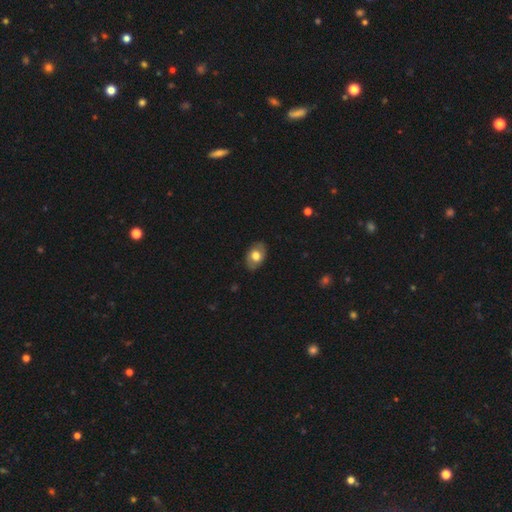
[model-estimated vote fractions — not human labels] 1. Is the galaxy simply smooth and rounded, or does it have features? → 66% smooth, 27% featured or disk, 7% star or artifact.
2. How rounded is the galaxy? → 84% in between, 15% round, 1% cigar-shaped.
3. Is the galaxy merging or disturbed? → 83% none, 13% minor disturbance, 3% major disturbance, 1% merger.